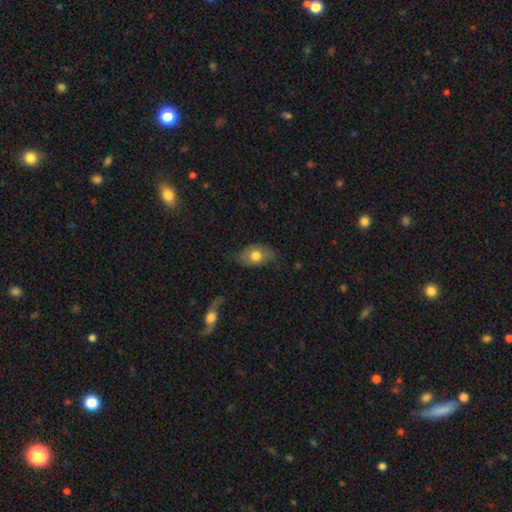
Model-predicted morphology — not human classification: smooth 67%, featured or disk 26%, star or artifact 7%. Down the decision tree: how rounded — in between (82%); merging — none (57%).